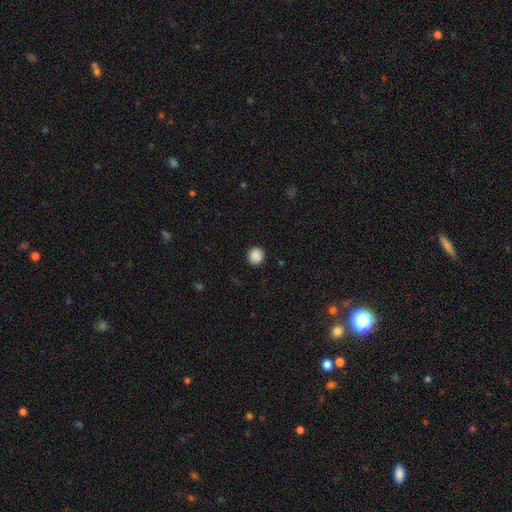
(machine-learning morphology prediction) Q: Smooth or featured?
A: smooth (89%); runner-up: star or artifact (9%)
Q: How rounded?
A: round (93%); runner-up: in between (6%)
Q: Merging?
A: none (92%); runner-up: minor disturbance (5%)